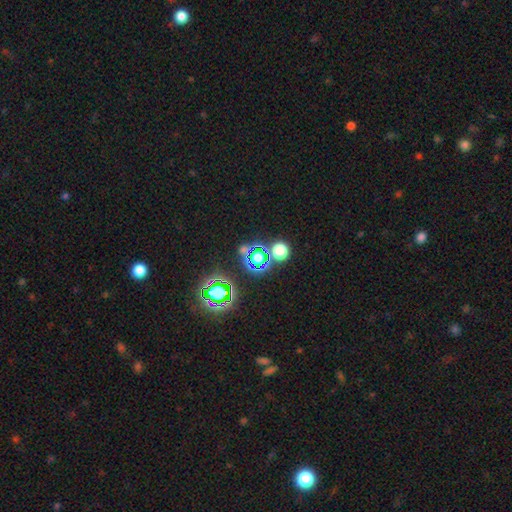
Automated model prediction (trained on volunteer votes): Morphology: type=star or artifact (52%).